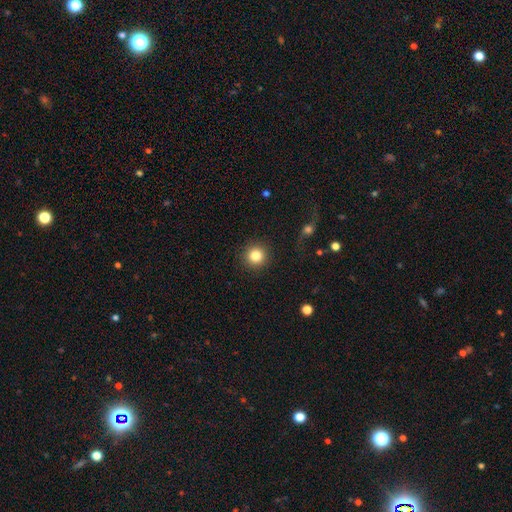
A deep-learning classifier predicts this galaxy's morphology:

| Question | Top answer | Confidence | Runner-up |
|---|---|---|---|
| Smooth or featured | smooth | 83% | star or artifact (11%) |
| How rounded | round | 95% | in between (4%) |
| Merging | none | 91% | minor disturbance (5%) |